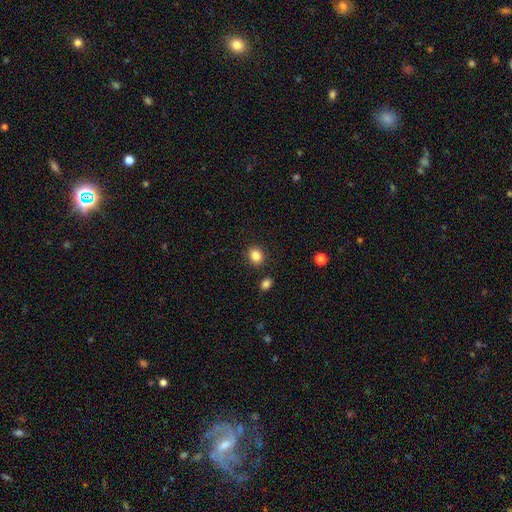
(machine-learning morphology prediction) A smooth galaxy with no disk features (85%) that is round (57%).

Vote fractions:
- Smooth or featured? smooth: 85% / star or artifact: 10% / featured or disk: 5%
- How rounded? round: 57% / in between: 42% / cigar-shaped: 1%
- Merging? none: 87% / minor disturbance: 8% / merger: 3% / major disturbance: 2%